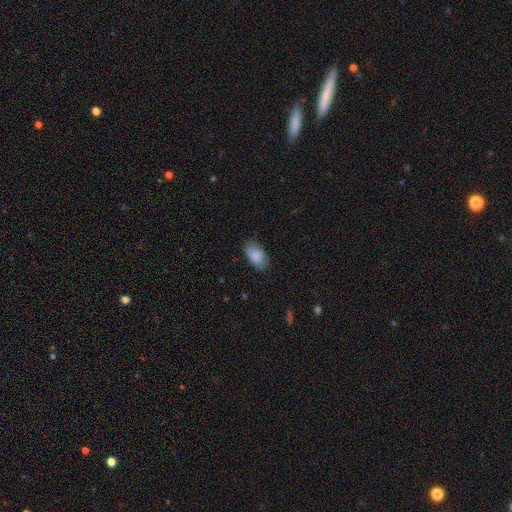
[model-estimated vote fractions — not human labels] Morphology: type=smooth (84%); roundness=in between (93%); merging=none (75%).